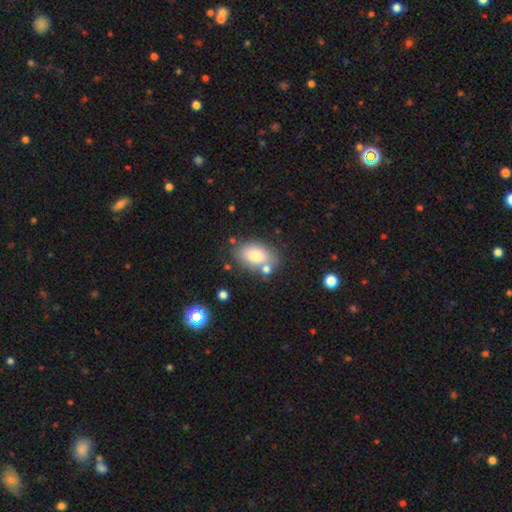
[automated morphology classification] Smooth or featured: smooth — 78% (featured or disk — 14%)
How rounded: in between — 88% (round — 11%)
Merging: none — 67% (minor disturbance — 16%)